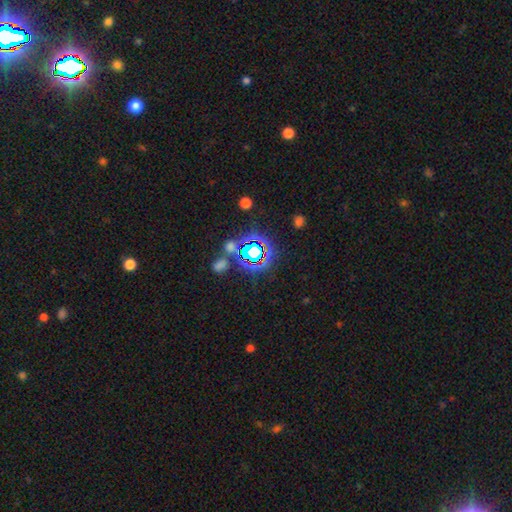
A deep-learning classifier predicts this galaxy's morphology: A star or artifact, not a galaxy (74%).

Vote fractions:
- Smooth or featured? star or artifact: 74% / smooth: 15% / featured or disk: 11%